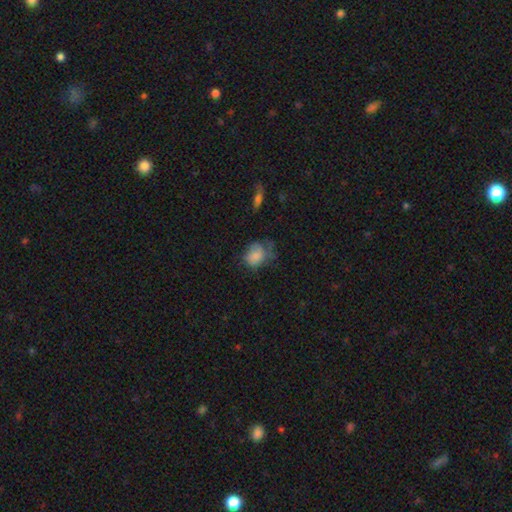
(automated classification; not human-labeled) Overall: smooth (75%). How rounded: in between (50%; round 48%). Merging: none (37%; minor disturbance 32%).